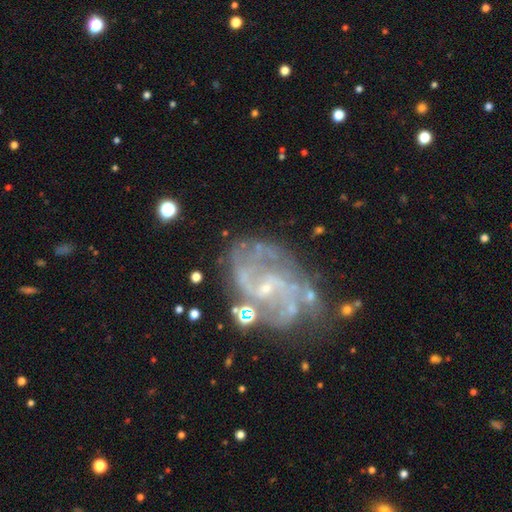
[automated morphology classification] The model was most divided on "bar": no: 47%, weak: 43%, strong: 11%. Remaining: edge-on disk — no (98%); spiral arms — yes (90%); smooth or featured — featured or disk (84%); bulge size — small (76%); merging — none (58%); spiral arm count — 2 (49%); spiral winding — medium (47%).